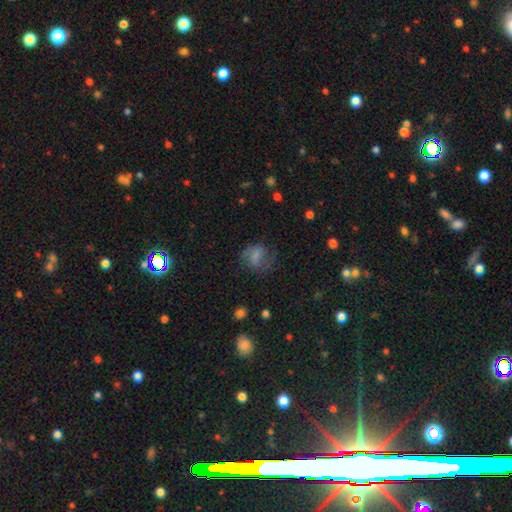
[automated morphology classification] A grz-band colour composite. It shows a smooth galaxy with no disk features (57%) that is round (52%). Merging: none (51%).